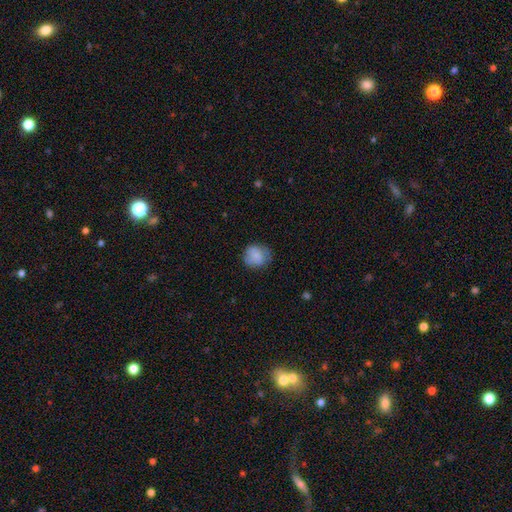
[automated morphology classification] Smooth or featured? smooth (81%)
How rounded? round (79%)
Merging? none (69%)